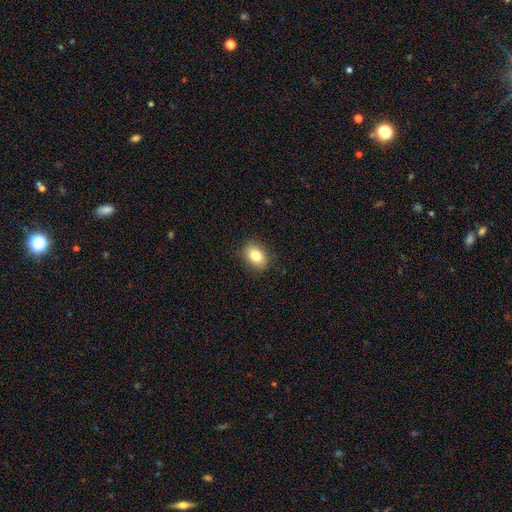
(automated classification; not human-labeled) A smooth galaxy with no disk features (81%) that is in between round and cigar-shaped (74%). Merging: none (87%).